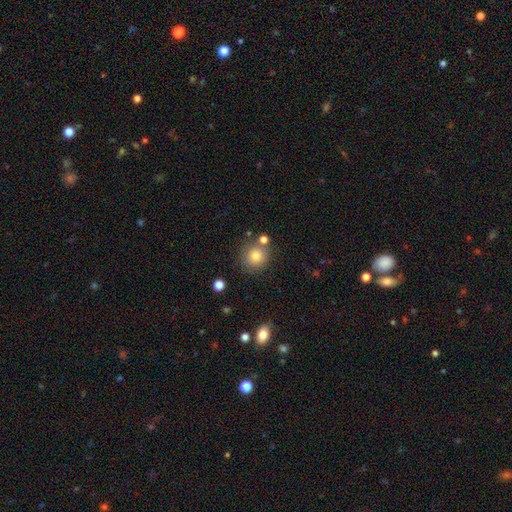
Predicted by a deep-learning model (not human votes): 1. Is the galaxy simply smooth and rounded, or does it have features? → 81% smooth, 11% star or artifact, 8% featured or disk.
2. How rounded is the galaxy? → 92% round, 7% in between, 1% cigar-shaped.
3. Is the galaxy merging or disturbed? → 75% none, 11% merger, 10% minor disturbance, 3% major disturbance.